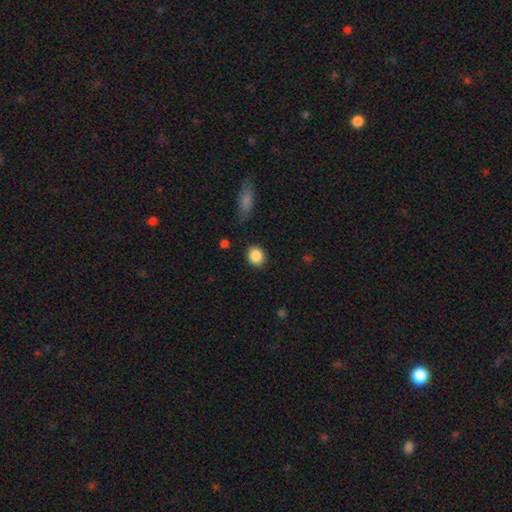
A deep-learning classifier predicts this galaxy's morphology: Q: Smooth or featured?
A: smooth (88%); runner-up: star or artifact (8%)
Q: How rounded?
A: round (73%); runner-up: in between (26%)
Q: Merging?
A: none (87%); runner-up: minor disturbance (9%)